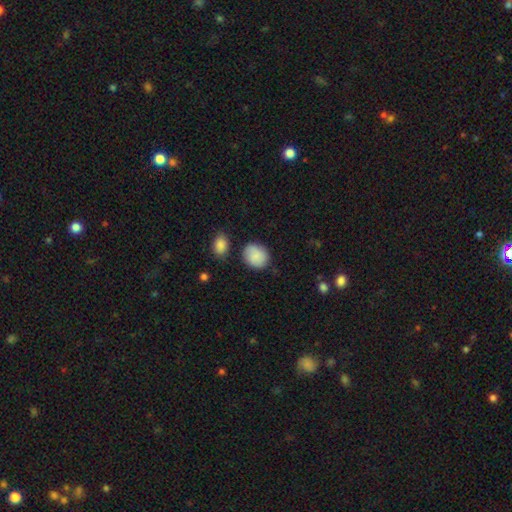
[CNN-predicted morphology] The model was most divided on "how rounded": round: 64%, in between: 35%, cigar-shaped: 1%. More confident: smooth or featured — smooth (83%); merging — none (77%).